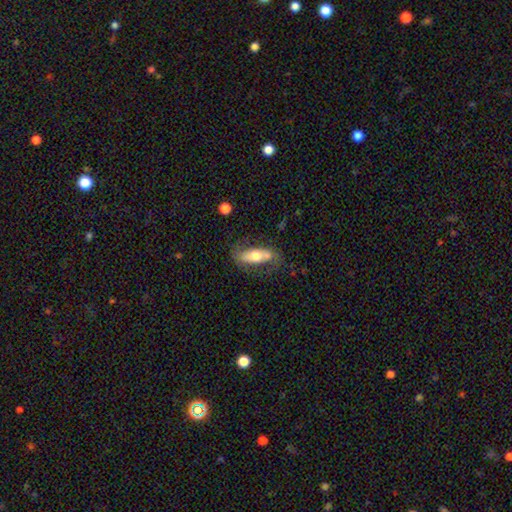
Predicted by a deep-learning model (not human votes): Smooth or featured? smooth (49%)
Merging? none (64%)